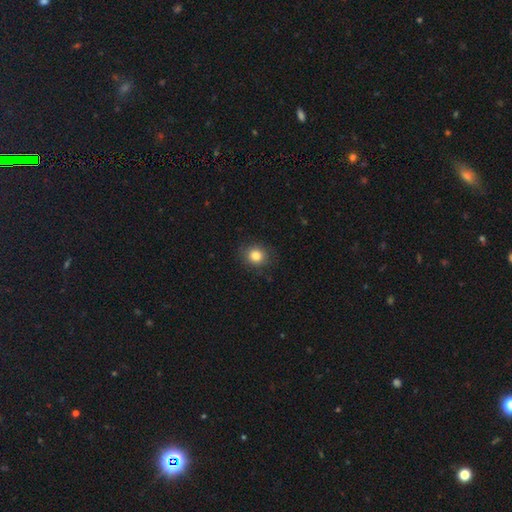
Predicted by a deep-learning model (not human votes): This appears to be a smooth galaxy with no disk features (84%) that is round (81%). Merging: none (87%).